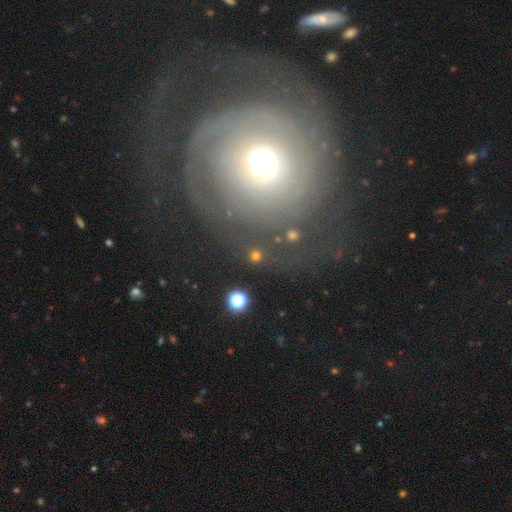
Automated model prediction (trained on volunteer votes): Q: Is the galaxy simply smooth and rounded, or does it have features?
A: smooth — 69%.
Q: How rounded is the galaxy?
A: round — 93%.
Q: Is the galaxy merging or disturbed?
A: none — 85%.